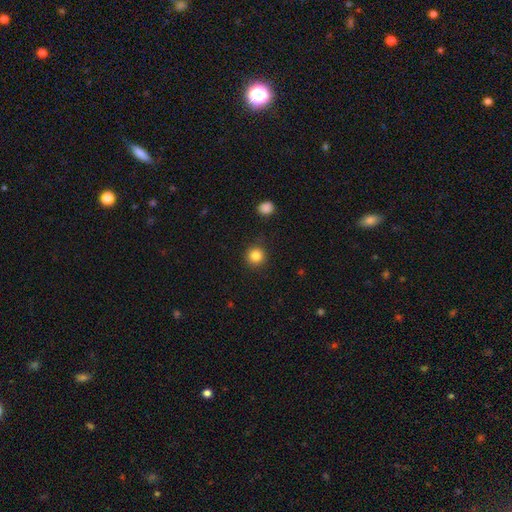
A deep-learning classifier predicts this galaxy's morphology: smooth-or-featured: smooth: 84% | star or artifact: 11% | featured or disk: 5%
  how-rounded: round: 94% | in between: 5% | cigar-shaped: 1%
  merging: none: 90% | minor disturbance: 6% | major disturbance: 2% | merger: 2%